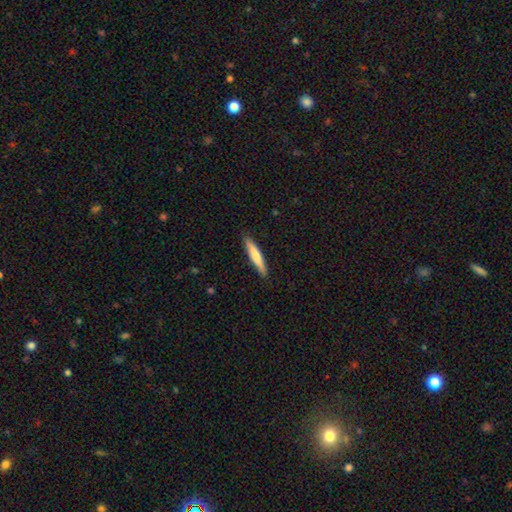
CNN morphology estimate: Smooth or featured?
  - smooth: 69% *
  - featured or disk: 26%
  - star or artifact: 5%
How rounded?
  - cigar-shaped: 92% *
  - in between: 7%
  - round: 1%
Merging?
  - none: 89% *
  - minor disturbance: 8%
  - major disturbance: 2%
  - merger: 1%